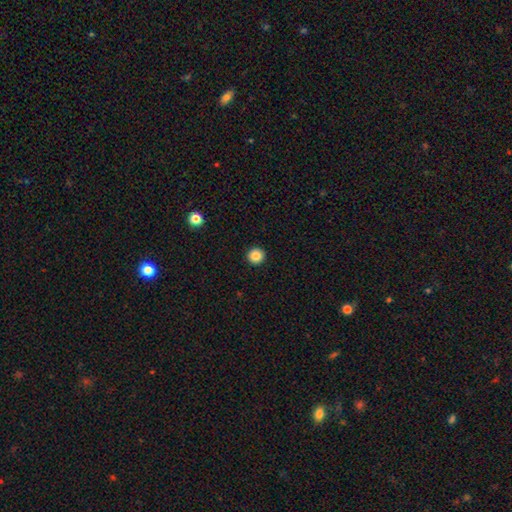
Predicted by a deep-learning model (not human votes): smooth_or_featured: smooth (p=0.86) [alt: star or artifact p=0.10]
how_rounded: round (p=0.95) [alt: in between p=0.04]
merging: none (p=0.94) [alt: minor disturbance p=0.04]